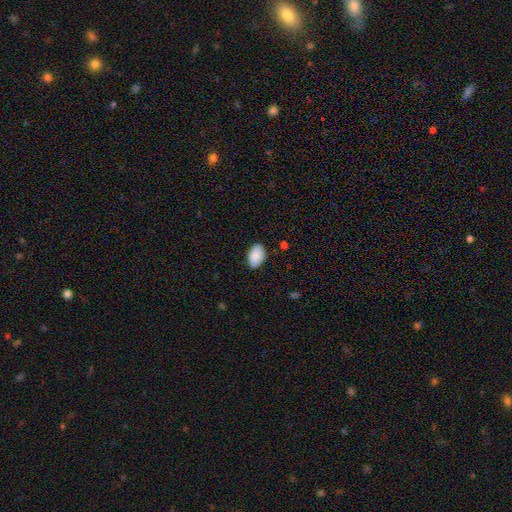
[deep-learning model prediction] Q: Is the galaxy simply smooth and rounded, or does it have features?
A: smooth — 90%.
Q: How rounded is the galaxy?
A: in between — 93%.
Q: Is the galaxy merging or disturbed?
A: none — 86%.